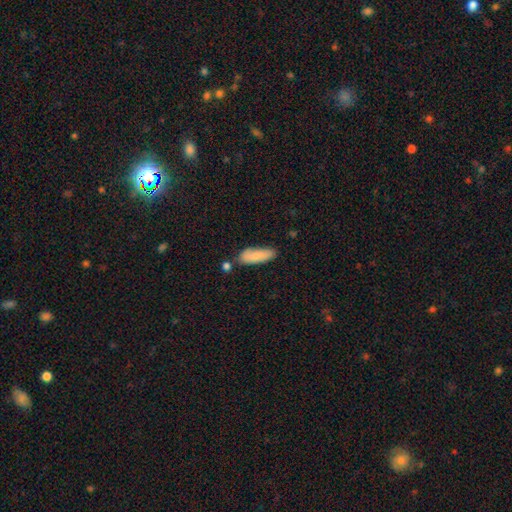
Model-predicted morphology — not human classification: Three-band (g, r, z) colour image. It shows a smooth galaxy with no disk features (80%) that is in between round and cigar-shaped (57%). Merging: none (68%).